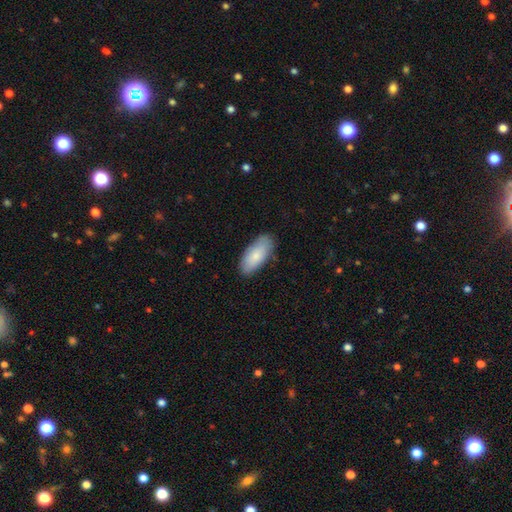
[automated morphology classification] This appears to be a smooth galaxy with no disk features (82%) that is in between round and cigar-shaped (88%). Merging: none (83%).